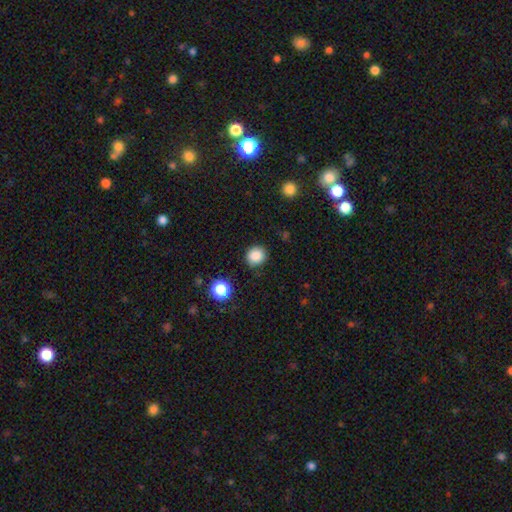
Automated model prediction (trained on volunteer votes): Smooth or featured: smooth — 85% (star or artifact — 11%)
How rounded: round — 86% (in between — 13%)
Merging: none — 86% (minor disturbance — 10%)